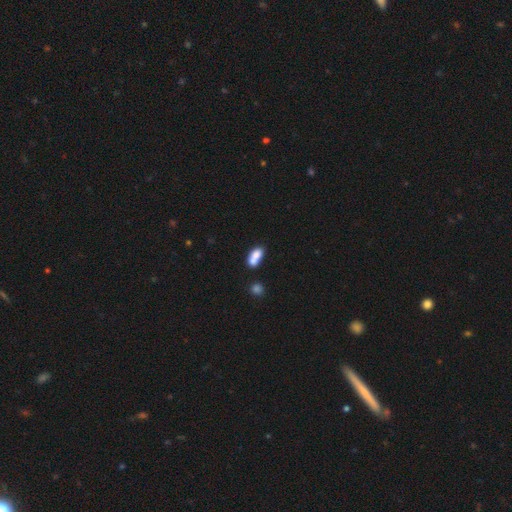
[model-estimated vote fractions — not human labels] This appears to be a smooth galaxy with no disk features (77%) that is in between round and cigar-shaped (81%). Merging: merger (49%).